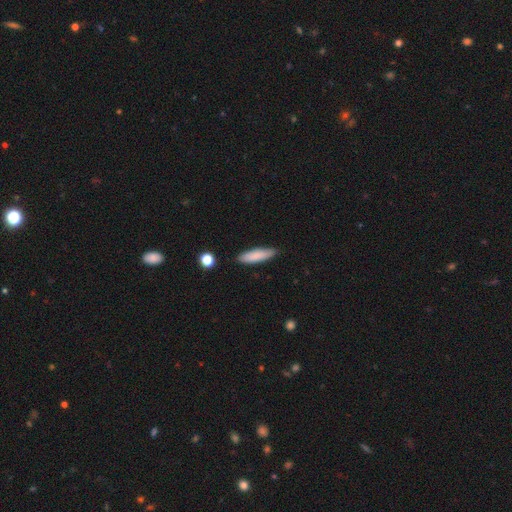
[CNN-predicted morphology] The model was most divided on "how rounded": cigar-shaped: 64%, in between: 34%, round: 2%. More confident: merging — none (86%); smooth or featured — smooth (84%).